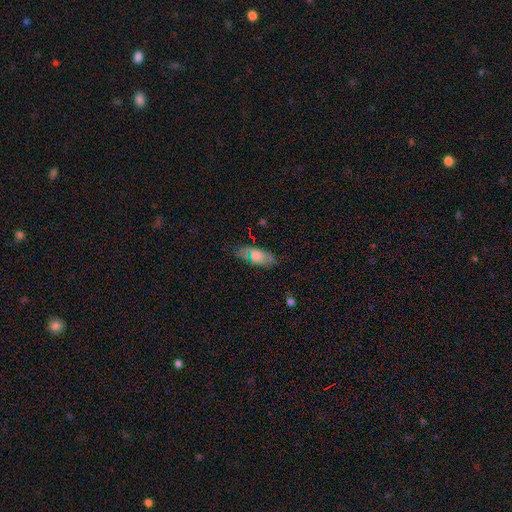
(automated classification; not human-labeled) smooth 67%, featured or disk 24%, star or artifact 9%. Down the decision tree: how rounded — in between (78%); merging — none (75%).